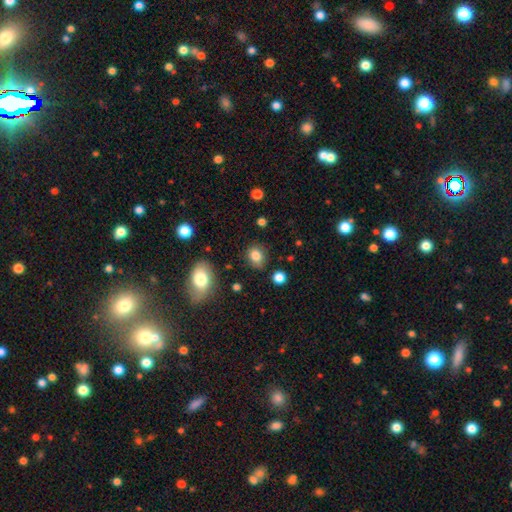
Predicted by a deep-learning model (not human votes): This is clearly a smooth galaxy (83%). How rounded: possibly round (53%). Merging: likely none (78%).